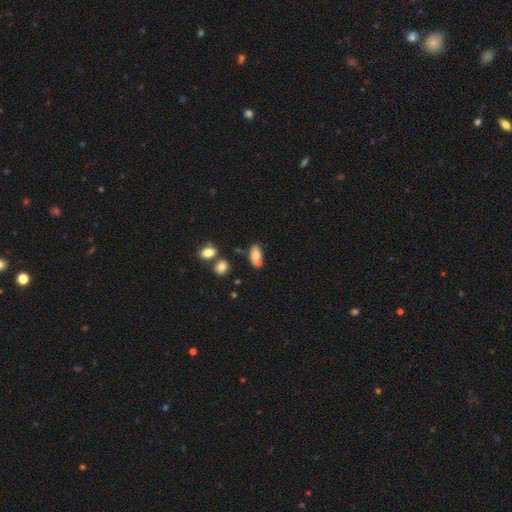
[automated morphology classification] smooth-or-featured: smooth: 75% | featured or disk: 16% | star or artifact: 9%
  how-rounded: in between: 90% | cigar-shaped: 6% | round: 4%
  merging: none: 54% | minor disturbance: 26% | merger: 13% | major disturbance: 7%